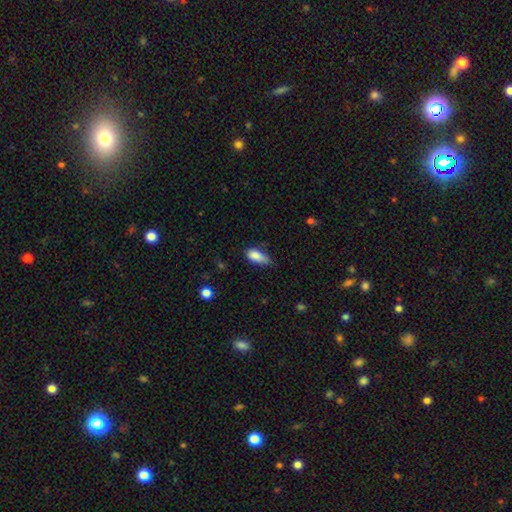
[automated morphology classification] Smooth or featured? smooth (86%)
How rounded? in between (88%)
Merging? none (49%)